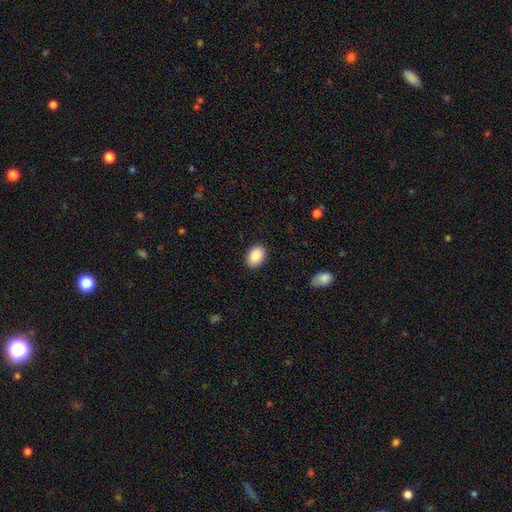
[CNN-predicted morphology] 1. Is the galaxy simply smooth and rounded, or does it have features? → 88% smooth, 7% star or artifact, 5% featured or disk.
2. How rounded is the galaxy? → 81% in between, 18% round, 1% cigar-shaped.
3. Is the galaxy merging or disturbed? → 89% none, 8% minor disturbance, 2% major disturbance, 1% merger.